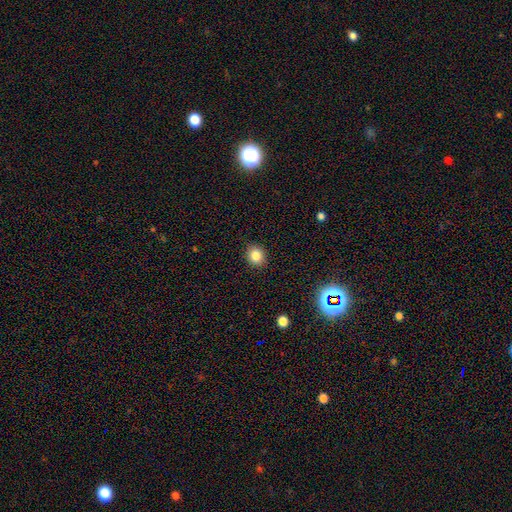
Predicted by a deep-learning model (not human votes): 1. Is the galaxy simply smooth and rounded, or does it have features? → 82% smooth, 12% star or artifact, 6% featured or disk.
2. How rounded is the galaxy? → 76% round, 23% in between, 1% cigar-shaped.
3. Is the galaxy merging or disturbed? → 91% none, 6% minor disturbance, 2% major disturbance, 1% merger.